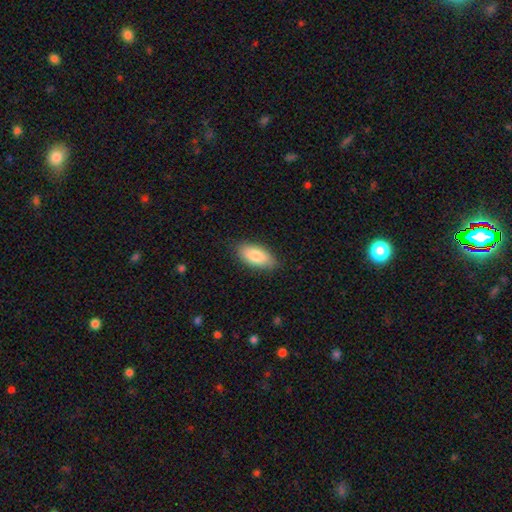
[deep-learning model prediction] Smooth or featured?
  - smooth: 85% *
  - featured or disk: 9%
  - star or artifact: 6%
How rounded?
  - in between: 90% *
  - cigar-shaped: 8%
  - round: 2%
Merging?
  - none: 83% *
  - minor disturbance: 13%
  - major disturbance: 2%
  - merger: 1%